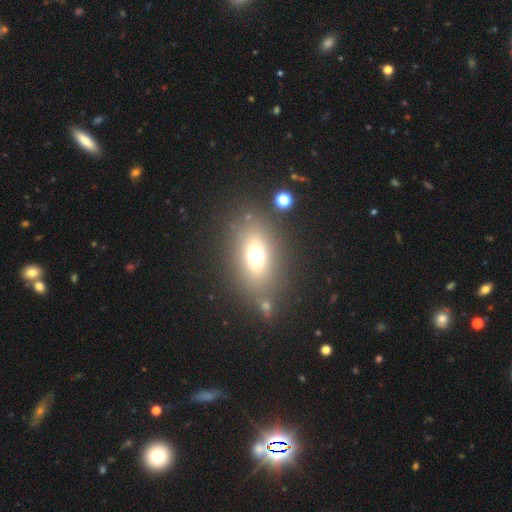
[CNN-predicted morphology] Smooth or featured?
  - smooth: 65% *
  - featured or disk: 19%
  - star or artifact: 16%
How rounded?
  - in between: 72% *
  - round: 22%
  - cigar-shaped: 6%
Merging?
  - none: 76% *
  - minor disturbance: 11%
  - merger: 8%
  - major disturbance: 6%